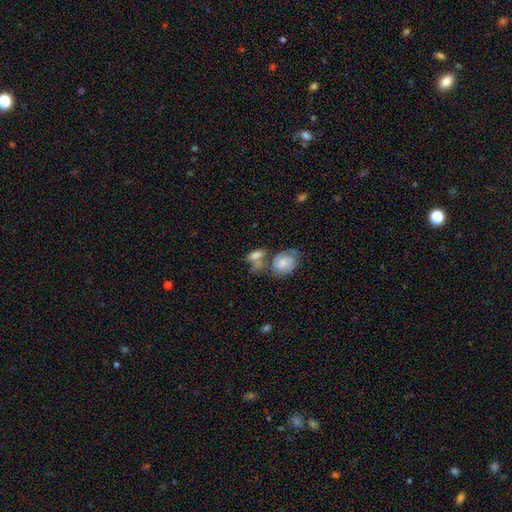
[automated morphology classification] Smooth or featured? Predicted: smooth (p=0.63). How rounded? Predicted: in between (p=0.79). Merging? Predicted: merger (p=0.44).